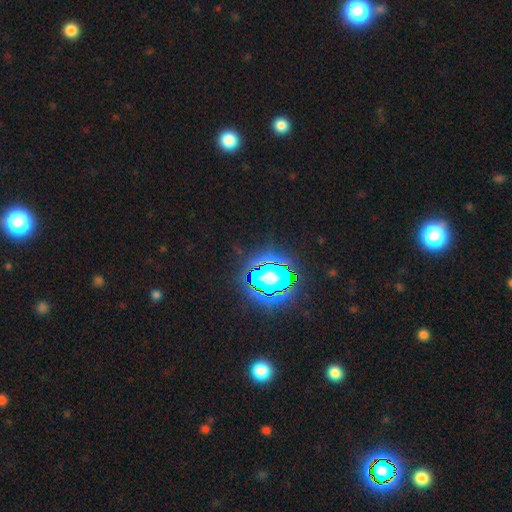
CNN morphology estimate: A star or artifact, not a galaxy (77%).